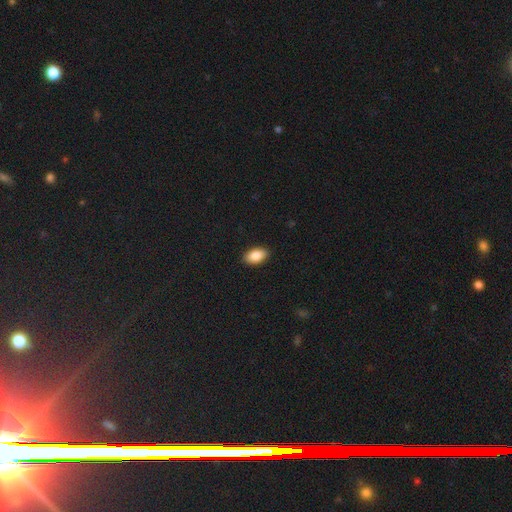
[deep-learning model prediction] smooth-or-featured: smooth: 87% | star or artifact: 7% | featured or disk: 6%
  how-rounded: in between: 92% | round: 6% | cigar-shaped: 2%
  merging: none: 89% | minor disturbance: 8% | major disturbance: 2% | merger: 1%